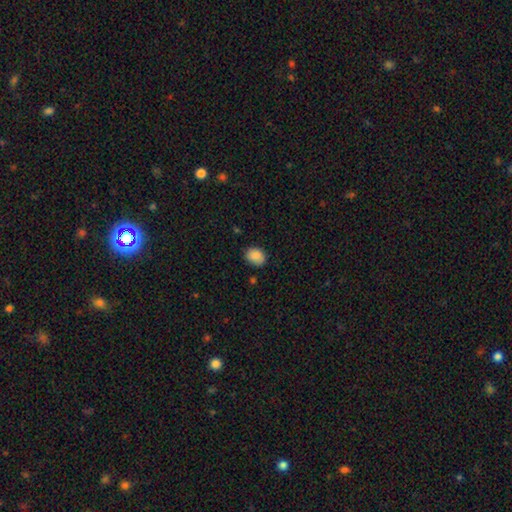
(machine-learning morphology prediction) Overall: smooth (87%). How rounded: in between (52%; round 47%). Merging: none (81%).